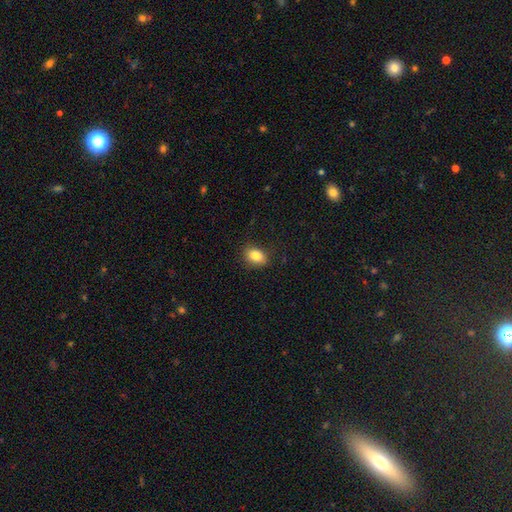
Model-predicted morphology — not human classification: Smooth or featured? Predicted: smooth (p=0.85). How rounded? Predicted: in between (p=0.75). Merging? Predicted: none (p=0.84).